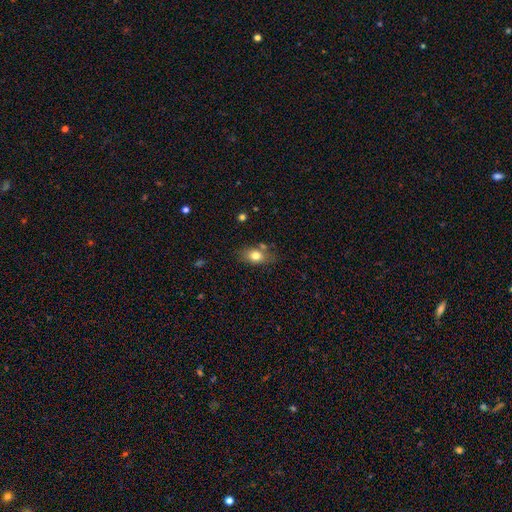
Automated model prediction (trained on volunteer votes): Smooth or featured? Predicted: smooth (p=0.78). How rounded? Predicted: in between (p=0.79). Merging? Predicted: none (p=0.69).